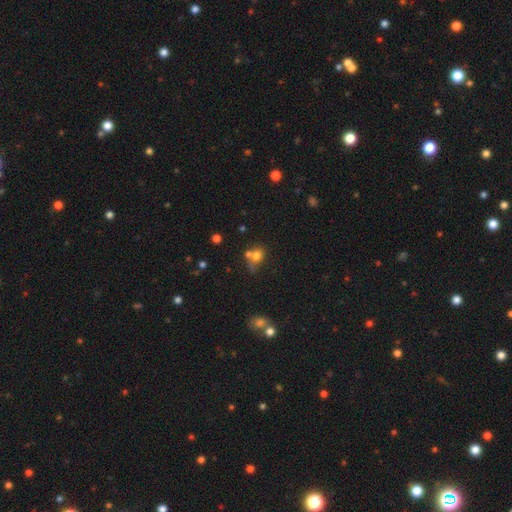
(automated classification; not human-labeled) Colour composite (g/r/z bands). It shows a smooth galaxy with no disk features (72%) that is round (54%). Merging: merger (42%).